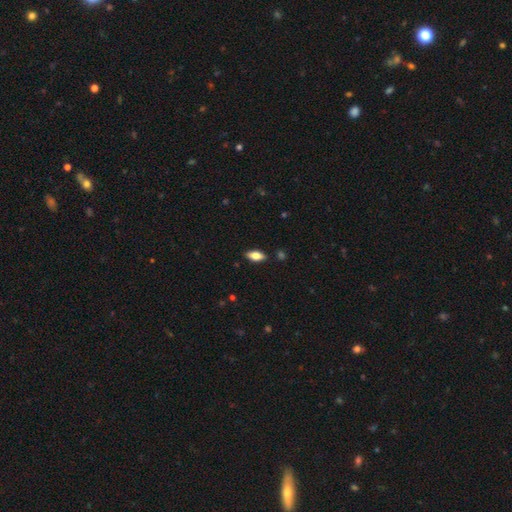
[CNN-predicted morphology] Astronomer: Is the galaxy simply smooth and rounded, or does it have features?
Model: smooth — 71%.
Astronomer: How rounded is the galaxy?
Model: in between — 85%.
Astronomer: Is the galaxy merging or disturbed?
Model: none — 86%.